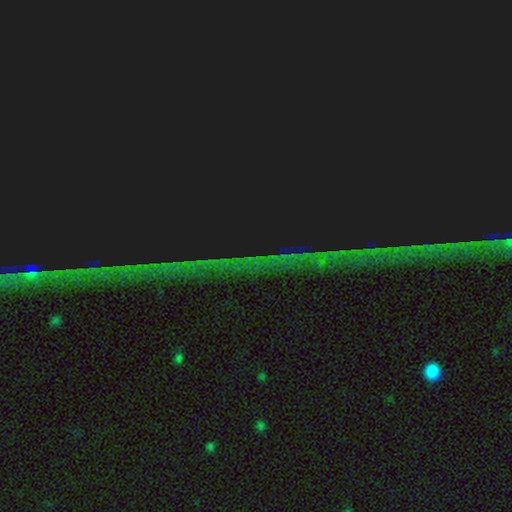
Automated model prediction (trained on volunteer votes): This is clearly a star or artifact rather than a galaxy (85%).